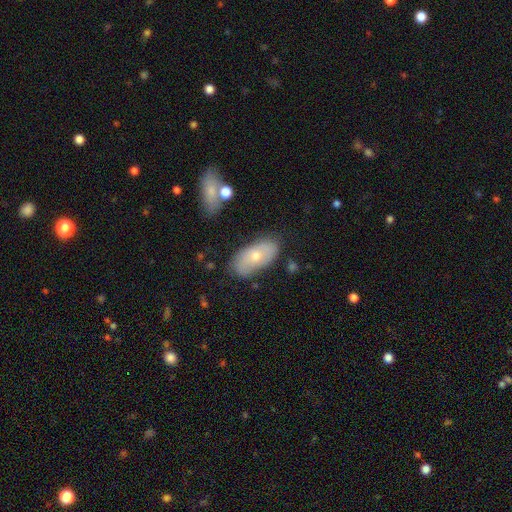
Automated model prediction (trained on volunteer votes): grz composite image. It shows a smooth galaxy with no disk features (58%) that is in between round and cigar-shaped (92%). Merging: none (71%).